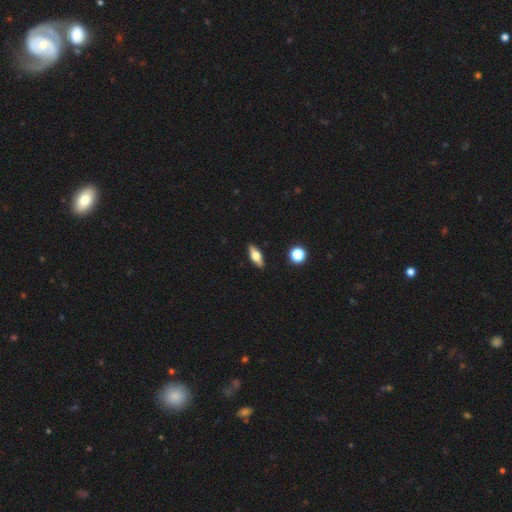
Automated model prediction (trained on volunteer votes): A smooth galaxy with no disk features (47%). Merging: none (89%).